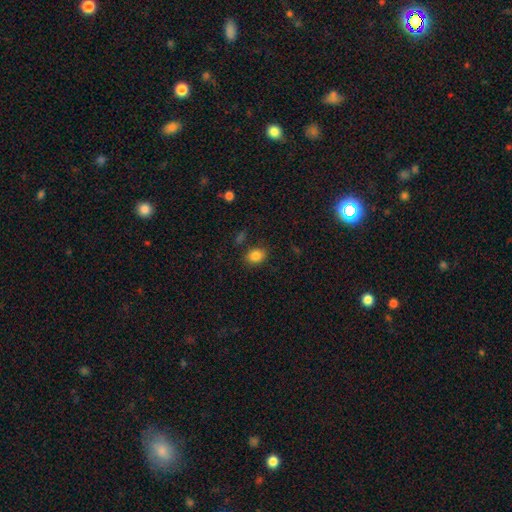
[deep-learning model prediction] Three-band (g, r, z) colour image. It shows a smooth galaxy with no disk features (84%) that is in between round and cigar-shaped (59%). Merging: none (82%).